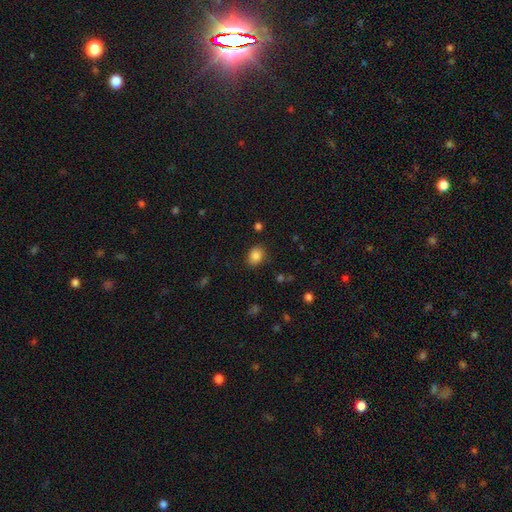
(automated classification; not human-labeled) Morphology: type=smooth (85%); roundness=in between (54%); merging=none (84%).